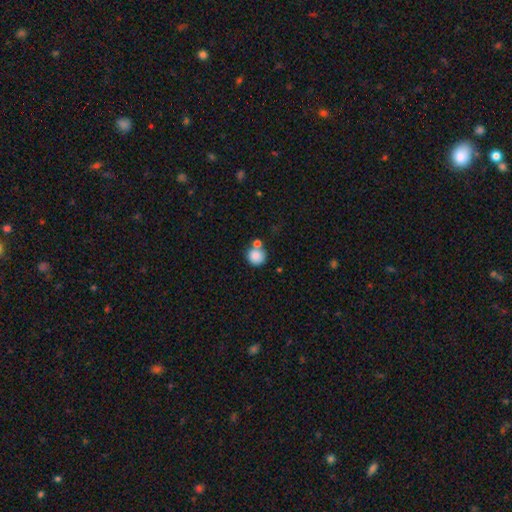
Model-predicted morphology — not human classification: Smooth or featured?
  - smooth: 85% *
  - star or artifact: 9%
  - featured or disk: 6%
How rounded?
  - round: 90% *
  - in between: 9%
  - cigar-shaped: 1%
Merging?
  - none: 59% *
  - merger: 26%
  - minor disturbance: 11%
  - major disturbance: 4%